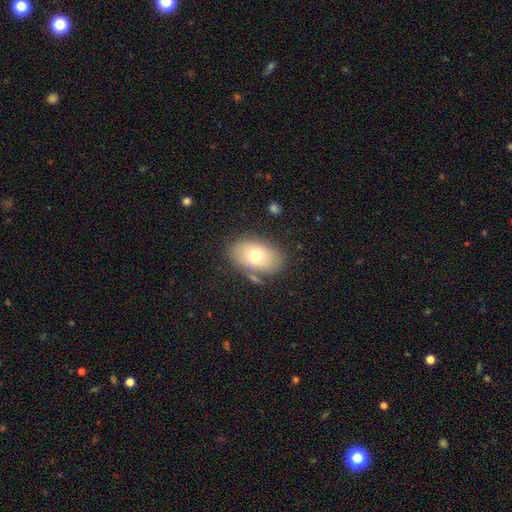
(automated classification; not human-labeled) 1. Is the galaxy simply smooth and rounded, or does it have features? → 70% smooth, 21% featured or disk, 9% star or artifact.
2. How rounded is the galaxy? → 86% in between, 12% round, 1% cigar-shaped.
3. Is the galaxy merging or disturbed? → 75% none, 14% minor disturbance, 6% merger, 5% major disturbance.